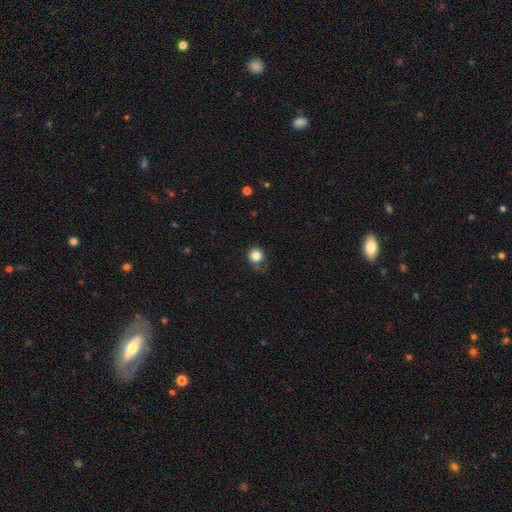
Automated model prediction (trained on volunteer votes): smooth_or_featured: smooth (p=0.83) [alt: star or artifact p=0.10]
how_rounded: round (p=0.86) [alt: in between p=0.13]
merging: none (p=0.60) [alt: minor disturbance p=0.27]